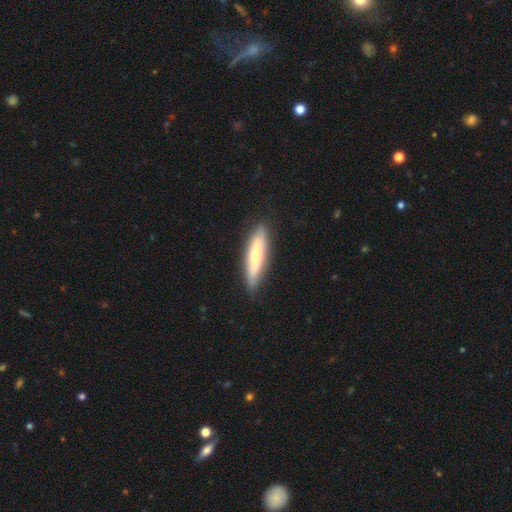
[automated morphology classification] Smooth or featured?
  - smooth: 58% *
  - featured or disk: 36%
  - star or artifact: 5%
How rounded?
  - cigar-shaped: 78% *
  - in between: 21%
  - round: 2%
Merging?
  - none: 85% *
  - minor disturbance: 11%
  - major disturbance: 2%
  - merger: 1%